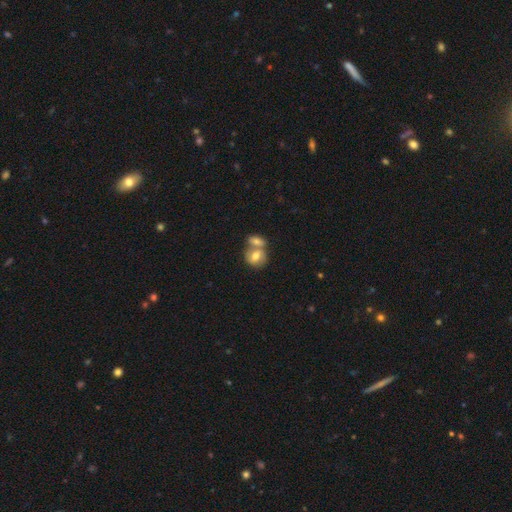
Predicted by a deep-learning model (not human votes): smooth-or-featured: smooth: 65% | featured or disk: 28% | star or artifact: 8%
  how-rounded: round: 54% | in between: 44% | cigar-shaped: 2%
  merging: merger: 57% | none: 31% | minor disturbance: 9% | major disturbance: 3%